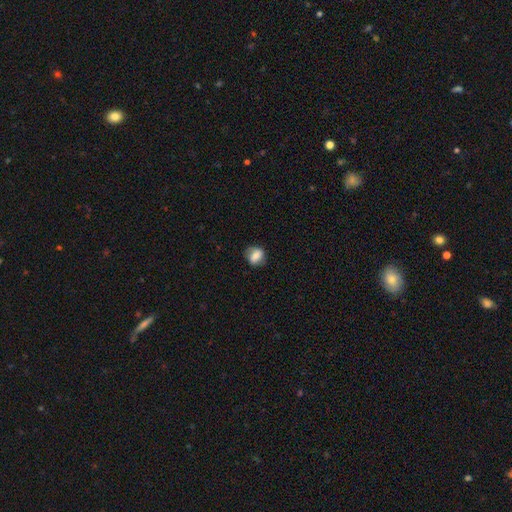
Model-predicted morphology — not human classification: smooth_or_featured: smooth (p=0.66) [alt: featured or disk p=0.25]
how_rounded: round (p=0.54) [alt: in between p=0.44]
merging: none (p=0.73) [alt: minor disturbance p=0.20]